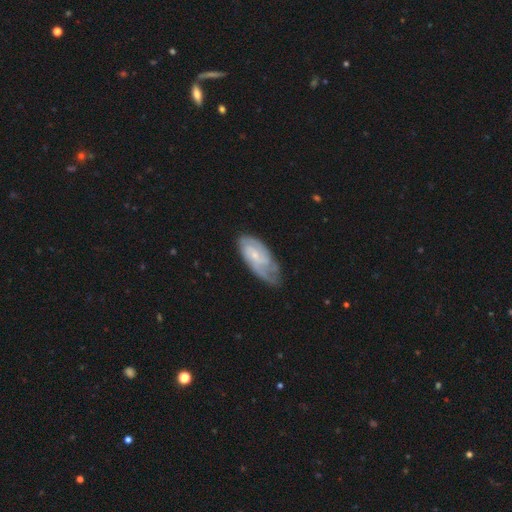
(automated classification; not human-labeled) This is likely a featured or disk galaxy (76%). It is clearly not viewed edge-on (94%). Bar: possibly no (54%). Spiral arm pattern: clearly yes (93%). Spiral arm count: marginally 2 (40%). Spiral winding: possibly tight (51%). Central bulge: likely small (68%). Merging: possibly none (60%).